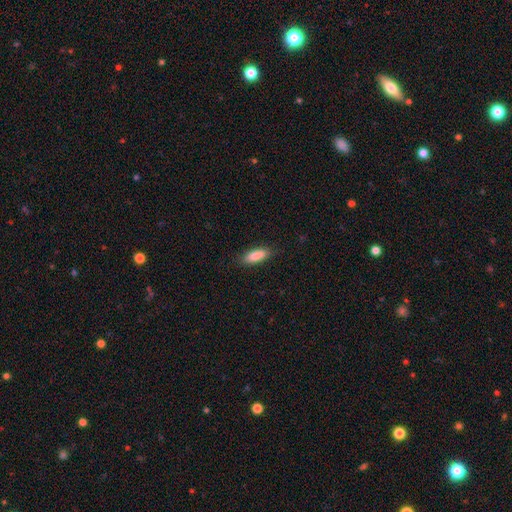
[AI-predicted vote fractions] A smooth galaxy with no disk features (87%) that is in between round and cigar-shaped (59%). Merging: none (84%).